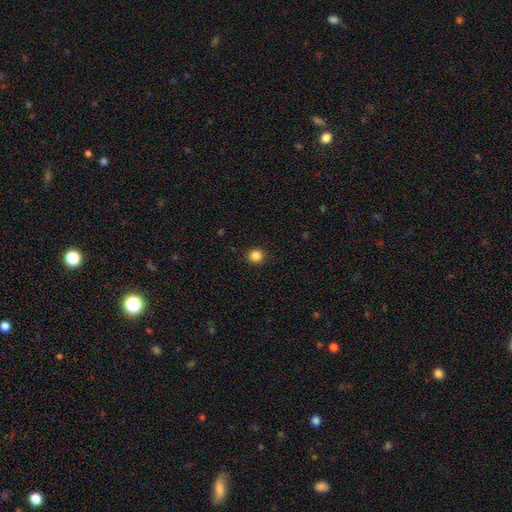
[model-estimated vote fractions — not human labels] Q: Smooth or featured?
A: smooth (85%); runner-up: star or artifact (12%)
Q: How rounded?
A: round (89%); runner-up: in between (10%)
Q: Merging?
A: none (91%); runner-up: minor disturbance (6%)